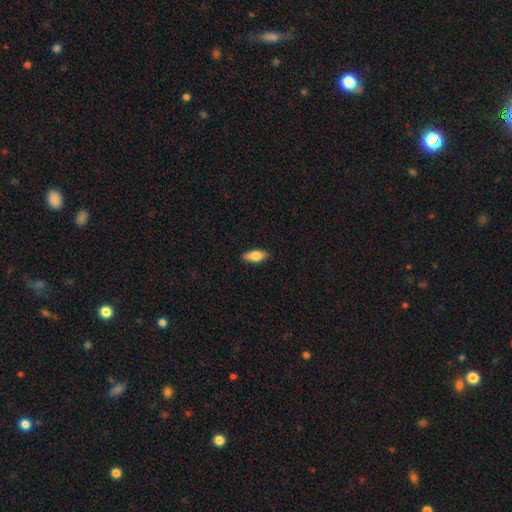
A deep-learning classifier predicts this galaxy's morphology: type=smooth (78%); roundness=in between (82%); merging=none (87%).